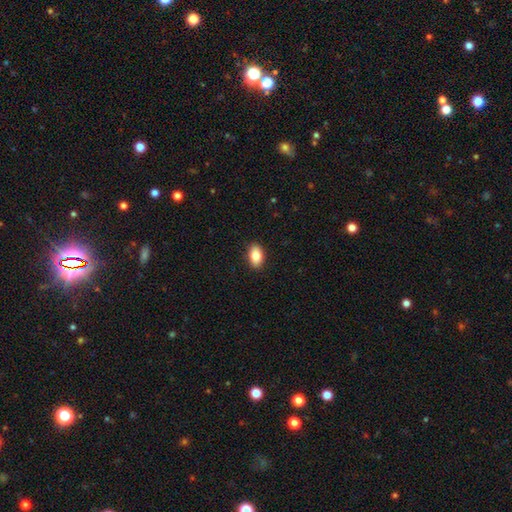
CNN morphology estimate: A smooth galaxy with no disk features (83%) that is in between round and cigar-shaped (91%). Merging: none (90%).